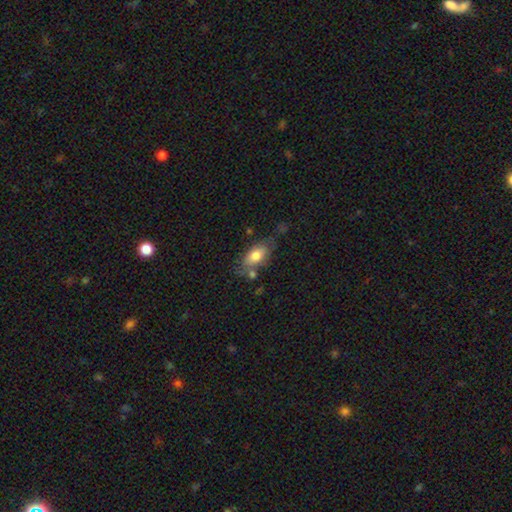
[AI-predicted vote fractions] Smooth or featured: smooth — 73% (featured or disk — 20%)
How rounded: in between — 88% (cigar-shaped — 6%)
Merging: none — 57% (minor disturbance — 23%)